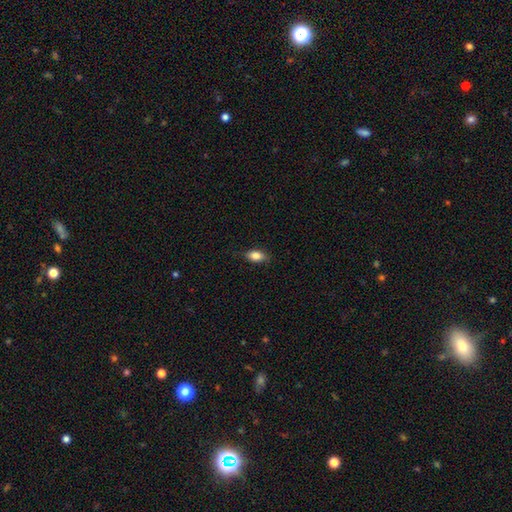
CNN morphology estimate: smooth 84%, featured or disk 8%, star or artifact 8%. Down the decision tree: how rounded — in between (87%); merging — none (82%).